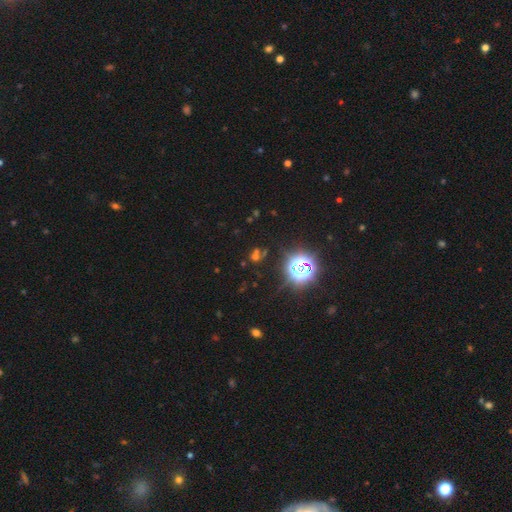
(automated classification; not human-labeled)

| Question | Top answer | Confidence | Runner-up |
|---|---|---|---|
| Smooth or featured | star or artifact | 58% | smooth (31%) |